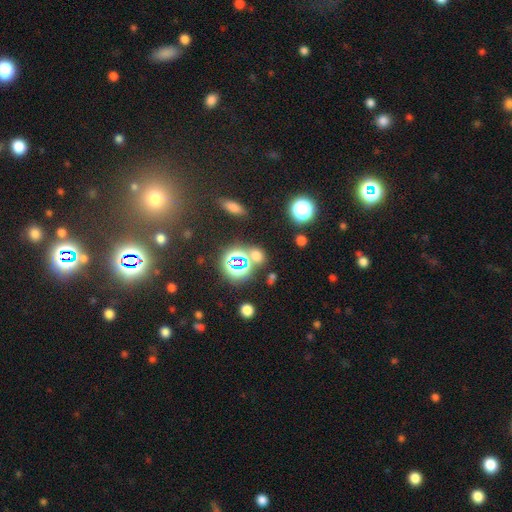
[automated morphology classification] Overall: smooth (46%; star or artifact 45%). Merging: none (68%).